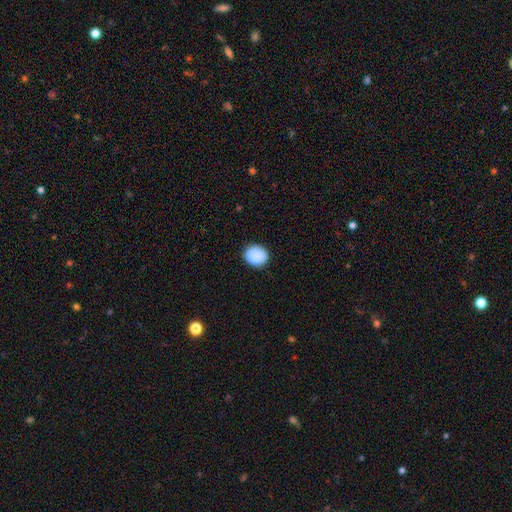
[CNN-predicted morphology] Smooth or featured? smooth (89%)
How rounded? round (69%)
Merging? none (87%)